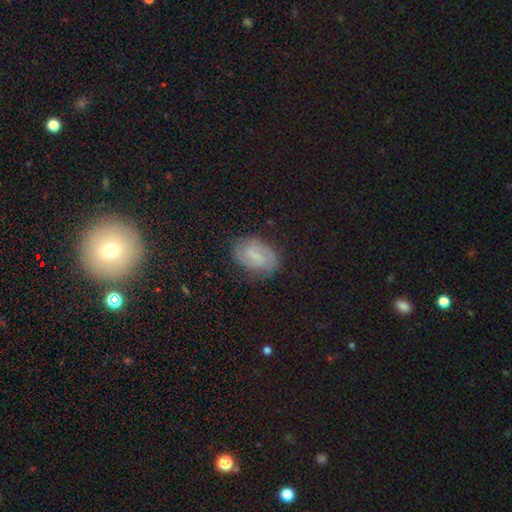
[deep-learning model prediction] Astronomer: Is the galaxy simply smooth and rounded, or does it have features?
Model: featured or disk — 68%.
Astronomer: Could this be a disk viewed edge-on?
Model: no — 97%.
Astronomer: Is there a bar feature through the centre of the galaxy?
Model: weak — 55%.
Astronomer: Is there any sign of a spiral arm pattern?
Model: yes — 94%.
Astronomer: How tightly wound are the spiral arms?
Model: medium — 45% (runner-up: tight, 41%).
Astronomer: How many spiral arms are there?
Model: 2 — 85%.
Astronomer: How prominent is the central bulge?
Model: none — 43% (runner-up: small, 37%).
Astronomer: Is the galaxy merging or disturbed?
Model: none — 81%.